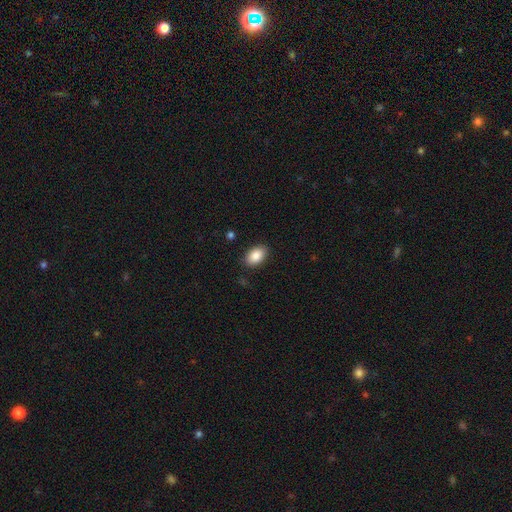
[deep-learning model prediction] A smooth galaxy with no disk features (87%) that is in between round and cigar-shaped (89%). Merging: none (87%).